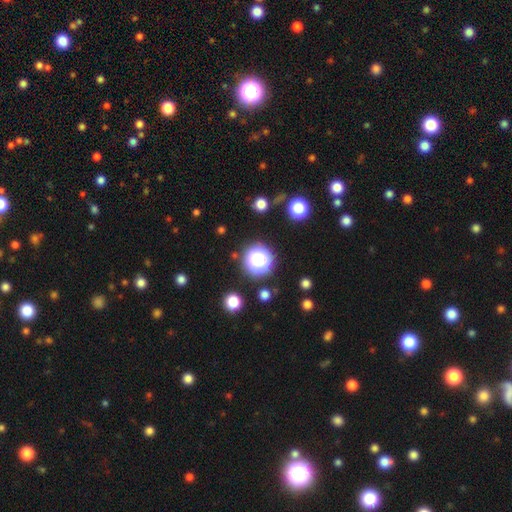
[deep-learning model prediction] This is possibly a smooth galaxy (47%). Merging: likely none (77%).